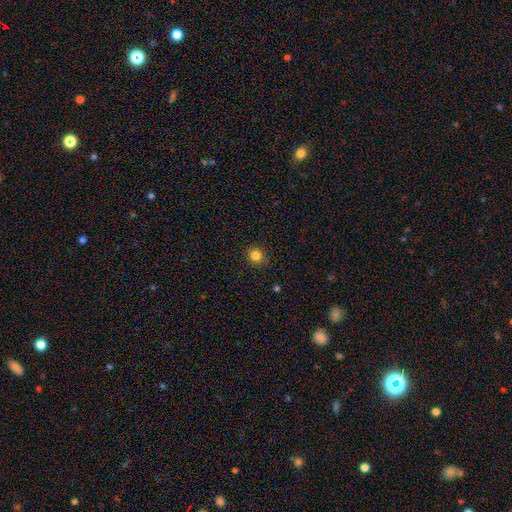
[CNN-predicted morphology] Smooth or featured? smooth (84%)
How rounded? round (86%)
Merging? none (85%)